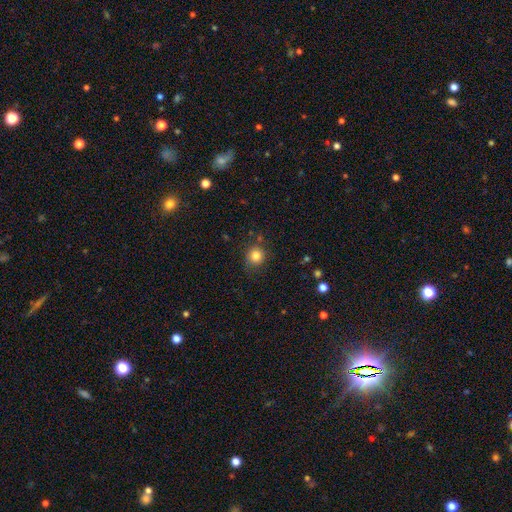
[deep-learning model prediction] smooth_or_featured: smooth (p=0.81) [alt: star or artifact p=0.12]
how_rounded: round (p=0.89) [alt: in between p=0.10]
merging: none (p=0.81) [alt: minor disturbance p=0.13]